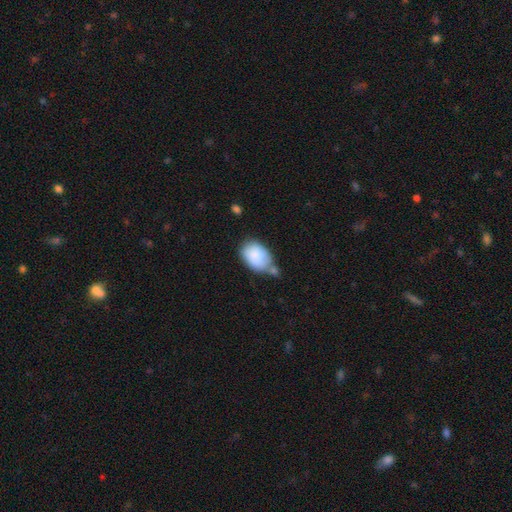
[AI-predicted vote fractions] This appears to be a smooth galaxy with no disk features (86%) that is in between round and cigar-shaped (86%). Merging: none (45%).